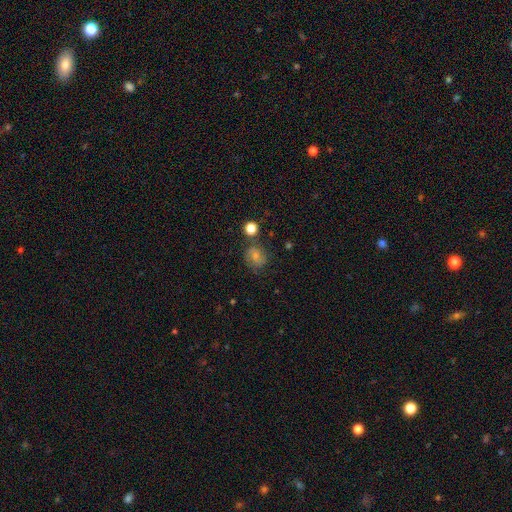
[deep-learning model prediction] Smooth or featured?
  - smooth: 67% *
  - featured or disk: 20%
  - star or artifact: 13%
How rounded?
  - round: 70% *
  - in between: 29%
  - cigar-shaped: 1%
Merging?
  - none: 65% *
  - minor disturbance: 21%
  - major disturbance: 8%
  - merger: 6%